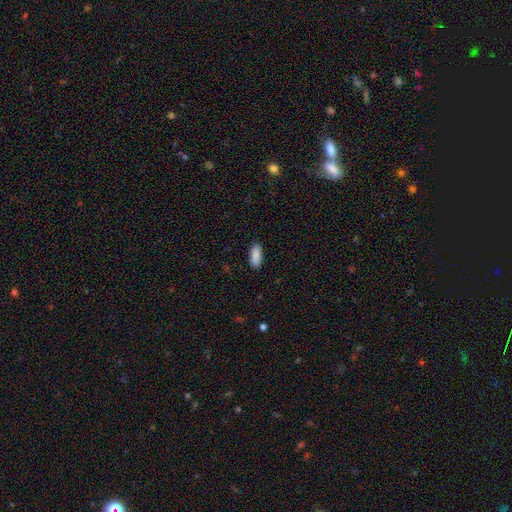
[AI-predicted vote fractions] Q: Smooth or featured?
A: smooth (90%); runner-up: star or artifact (6%)
Q: How rounded?
A: in between (84%); runner-up: cigar-shaped (14%)
Q: Merging?
A: none (89%); runner-up: minor disturbance (8%)